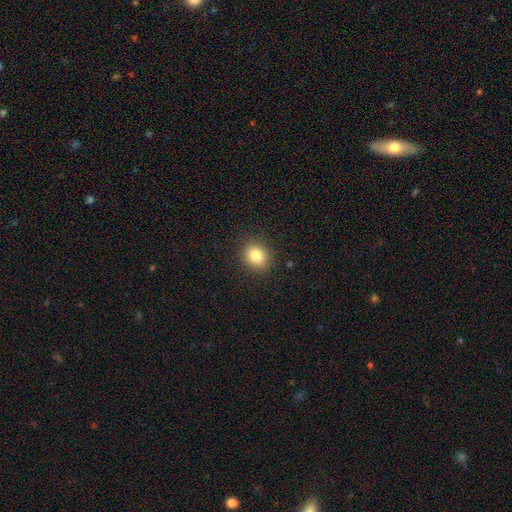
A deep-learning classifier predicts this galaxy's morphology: Overall: smooth (83%). How rounded: round (68%; in between 31%). Merging: none (90%).